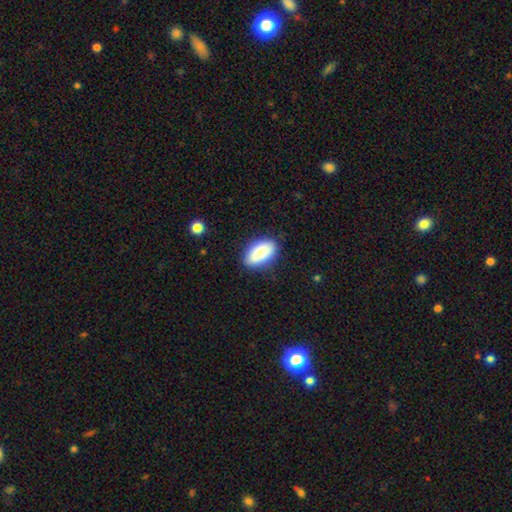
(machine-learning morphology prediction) Overall: smooth (86%). How rounded: in between (92%). Merging: none (83%).